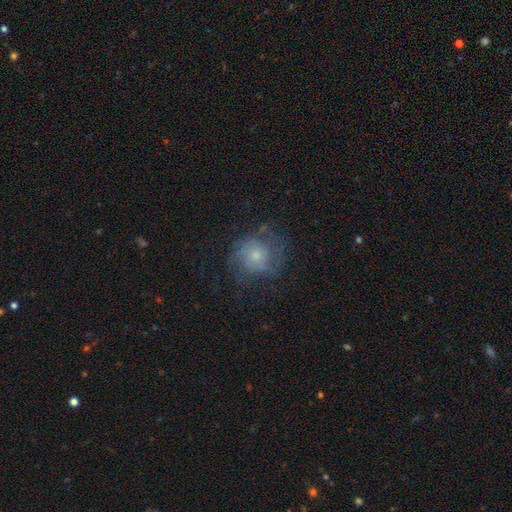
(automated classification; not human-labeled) featured or disk 47%, smooth 42%, star or artifact 10%. Down the decision tree: merging — none (60%).